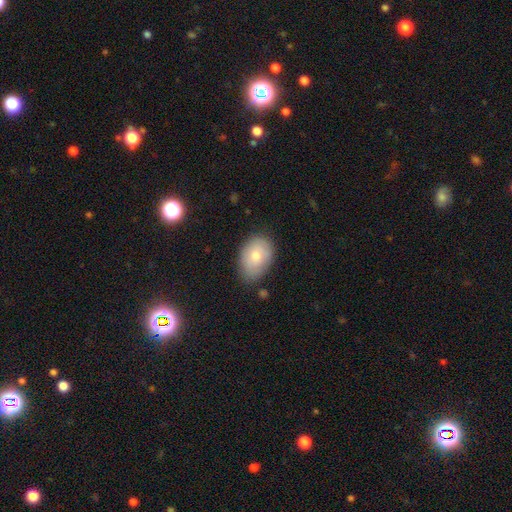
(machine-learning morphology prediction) Smooth or featured?
  - smooth: 77% *
  - featured or disk: 16%
  - star or artifact: 7%
How rounded?
  - in between: 84% *
  - round: 15%
  - cigar-shaped: 1%
Merging?
  - none: 72% *
  - minor disturbance: 21%
  - major disturbance: 4%
  - merger: 2%